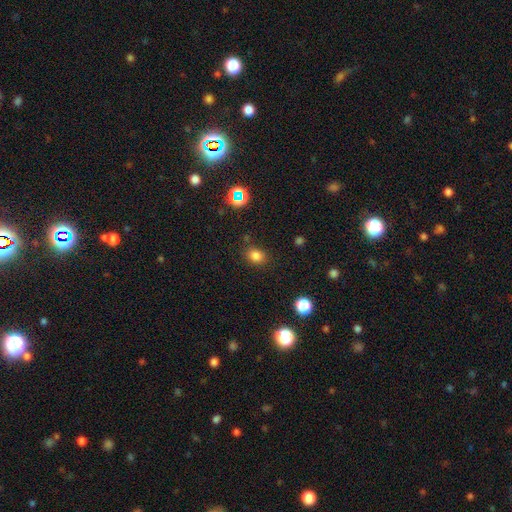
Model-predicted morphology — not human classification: The model was most divided on "how rounded": round: 57%, in between: 42%, cigar-shaped: 1%. More confident: merging — none (80%); smooth or featured — smooth (79%).